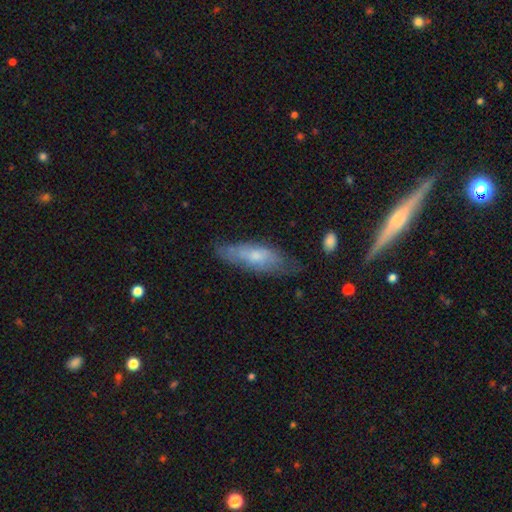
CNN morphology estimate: Q: Smooth or featured?
A: smooth (57%); runner-up: featured or disk (37%)
Q: How rounded?
A: in between (55%); runner-up: cigar-shaped (43%)
Q: Merging?
A: none (60%); runner-up: minor disturbance (28%)